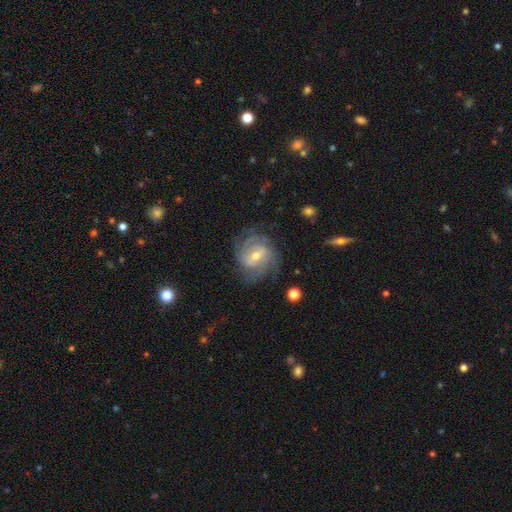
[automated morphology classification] This is clearly a featured or disk galaxy (82%). It is clearly not viewed edge-on (97%). Bar: possibly weak (54%). Spiral arm pattern: clearly yes (93%). Spiral arm count: marginally can't tell (34%). Spiral winding: possibly tight (55%). Central bulge: possibly moderate (56%). Merging: likely none (70%).